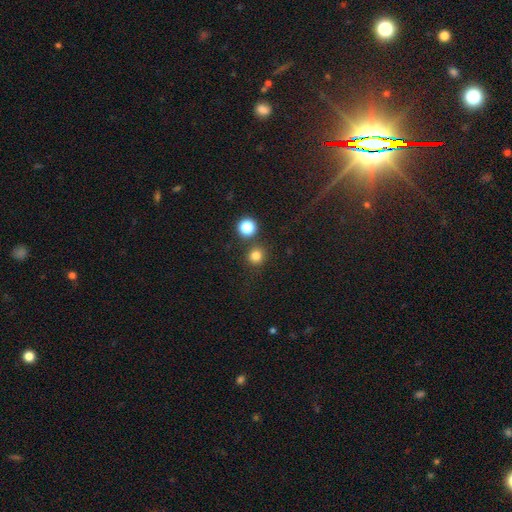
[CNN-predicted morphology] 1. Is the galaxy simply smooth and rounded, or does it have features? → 80% smooth, 15% star or artifact, 5% featured or disk.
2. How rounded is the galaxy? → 92% round, 7% in between, 1% cigar-shaped.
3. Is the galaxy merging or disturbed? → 83% none, 8% merger, 7% minor disturbance, 3% major disturbance.